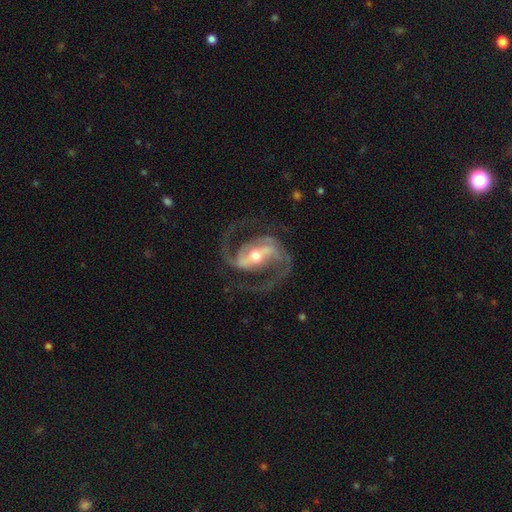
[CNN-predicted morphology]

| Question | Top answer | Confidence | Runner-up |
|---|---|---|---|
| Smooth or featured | featured or disk | 93% | star or artifact (4%) |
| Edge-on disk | no | 98% | yes (2%) |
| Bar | strong | 58% | weak (30%) |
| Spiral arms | yes | 98% | no (2%) |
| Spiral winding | medium | 65% | loose (18%) |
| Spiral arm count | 2 | 93% | 3 (2%) |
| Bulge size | moderate | 61% | small (33%) |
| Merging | none | 79% | minor disturbance (12%) |